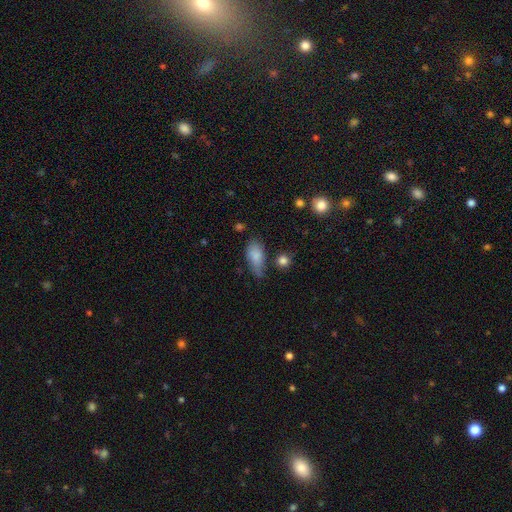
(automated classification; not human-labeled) smooth 81%, featured or disk 11%, star or artifact 8%. Down the decision tree: how rounded — in between (86%); merging — none (44%).